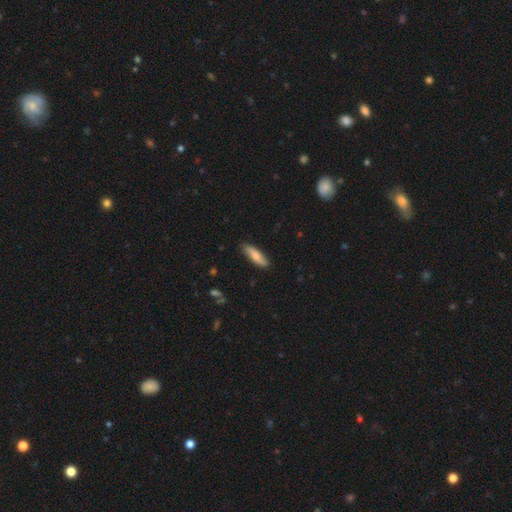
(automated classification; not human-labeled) Smooth or featured? Predicted: smooth (p=0.69). How rounded? Predicted: cigar-shaped (p=0.59). Merging? Predicted: none (p=0.84).